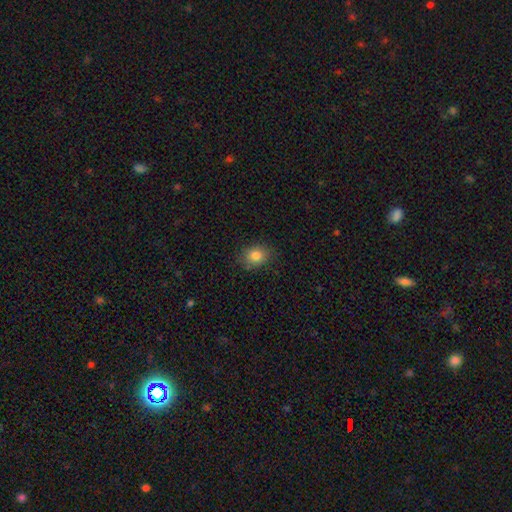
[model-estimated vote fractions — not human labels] This appears to be a smooth galaxy with no disk features (83%) that is in between round and cigar-shaped (52%). Merging: none (83%).